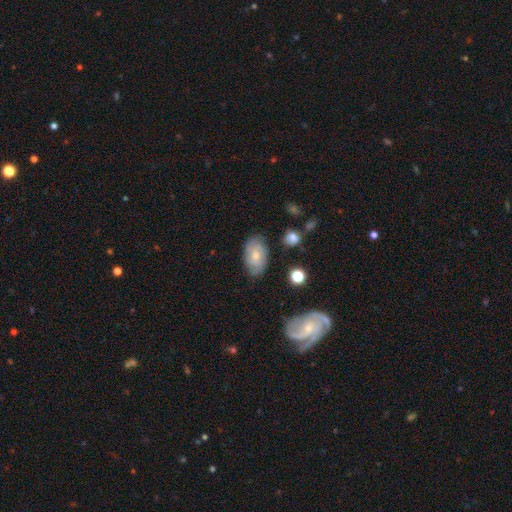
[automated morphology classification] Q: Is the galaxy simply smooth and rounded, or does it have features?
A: smooth — 55%.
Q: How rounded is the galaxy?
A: in between — 91%.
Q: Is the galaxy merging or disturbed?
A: none — 76%.